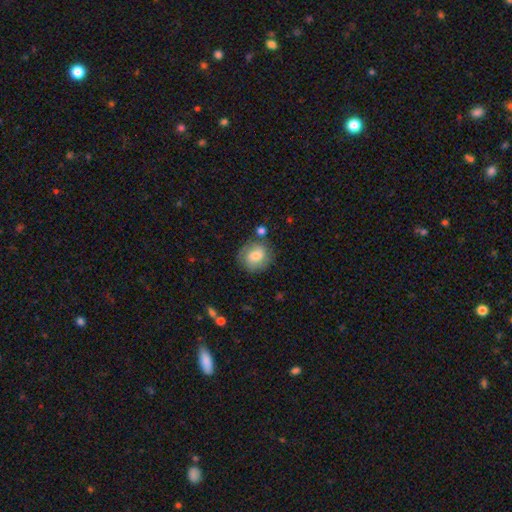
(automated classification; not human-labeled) A smooth galaxy with no disk features (69%) that is round (74%).

Vote fractions:
- Smooth or featured? smooth: 69% / featured or disk: 23% / star or artifact: 8%
- How rounded? round: 74% / in between: 25% / cigar-shaped: 1%
- Merging? none: 71% / minor disturbance: 17% / merger: 7% / major disturbance: 5%